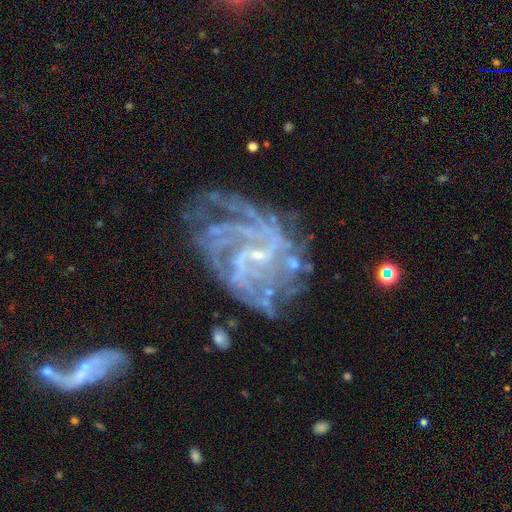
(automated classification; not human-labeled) A featured or disk galaxy (86%) with a weak bar (48%), tight (42%) spiral arms (92%) and a small central bulge (77%).

Vote fractions:
- Smooth or featured? featured or disk: 86% / star or artifact: 9% / smooth: 6%
- Edge-on disk? no: 97% / yes: 3%
- Bar? weak: 48% / no: 37% / strong: 15%
- Spiral arms? yes: 92% / no: 8%
- Spiral winding? tight: 42% / medium: 41% / loose: 18%
- Spiral arm count? can't tell: 31% / 4: 21% / 3: 14% / more than 4: 13% / 2: 12% / 1: 7%
- Bulge size? small: 77% / none: 13% / moderate: 8% / large: 1% / dominant: 1%
- Merging? none: 57% / minor disturbance: 20% / major disturbance: 20% / merger: 3%